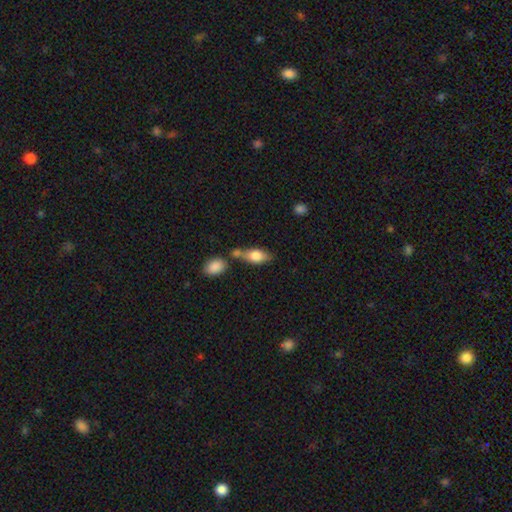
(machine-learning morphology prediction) Smooth or featured: smooth — 75% (featured or disk — 19%)
How rounded: in between — 81% (cigar-shaped — 12%)
Merging: none — 43% (merger — 36%)